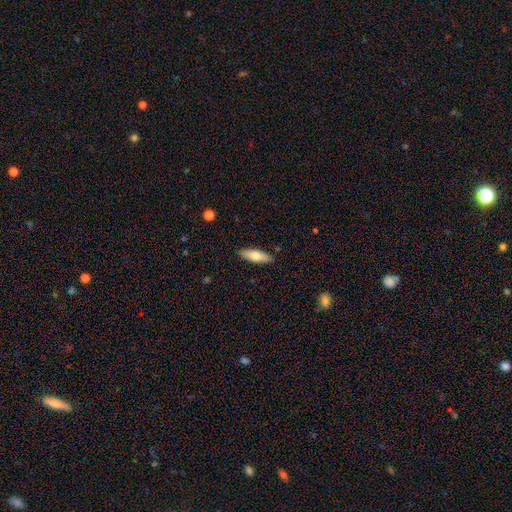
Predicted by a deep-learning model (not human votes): Smooth or featured? smooth (69%)
How rounded? in between (52%)
Merging? none (89%)